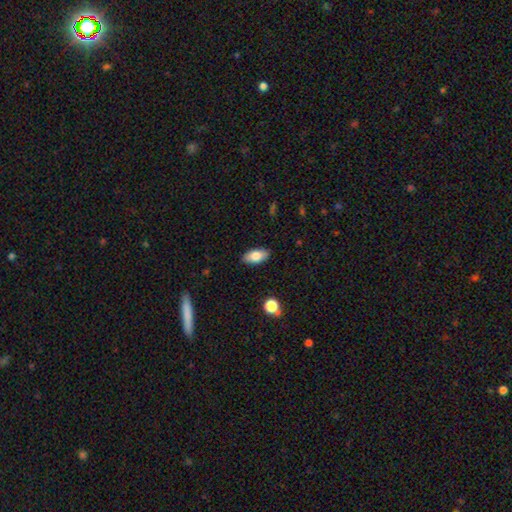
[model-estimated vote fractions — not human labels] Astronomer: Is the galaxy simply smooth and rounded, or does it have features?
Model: smooth — 80%.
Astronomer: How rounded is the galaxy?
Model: in between — 91%.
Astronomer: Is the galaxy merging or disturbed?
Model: none — 87%.